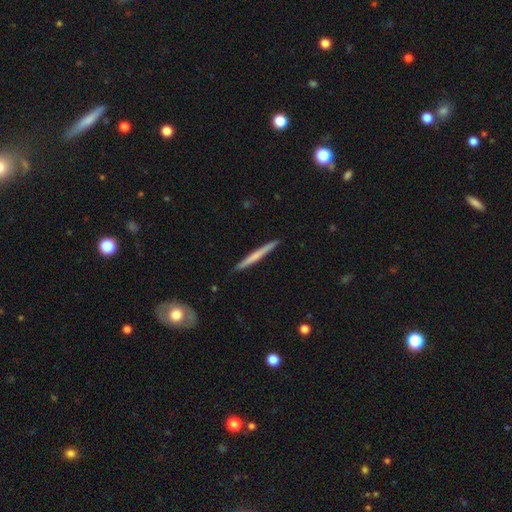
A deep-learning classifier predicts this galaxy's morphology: type=smooth (53%); roundness=cigar-shaped (97%); merging=none (92%).